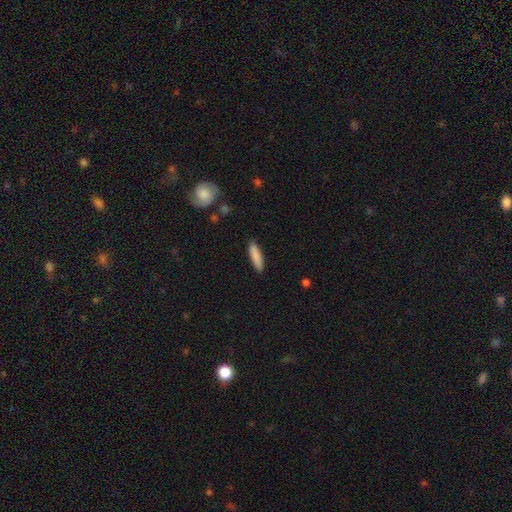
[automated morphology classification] A smooth galaxy with no disk features (86%) that is cigar-shaped (73%).

Vote fractions:
- Smooth or featured? smooth: 86% / featured or disk: 8% / star or artifact: 6%
- How rounded? cigar-shaped: 73% / in between: 26% / round: 1%
- Merging? none: 88% / minor disturbance: 9% / major disturbance: 2% / merger: 1%